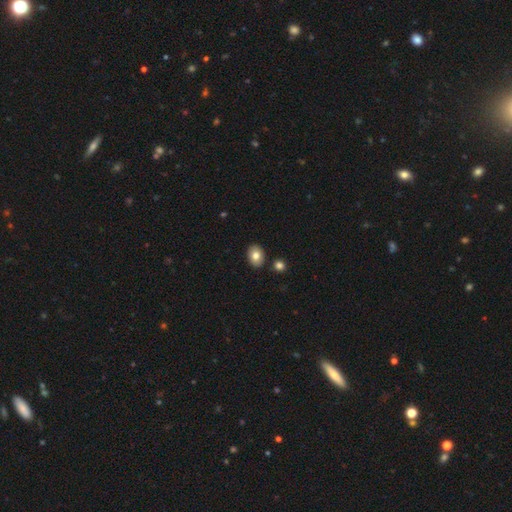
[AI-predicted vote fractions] Smooth or featured? Predicted: smooth (p=0.81). How rounded? Predicted: in between (p=0.70). Merging? Predicted: none (p=0.87).